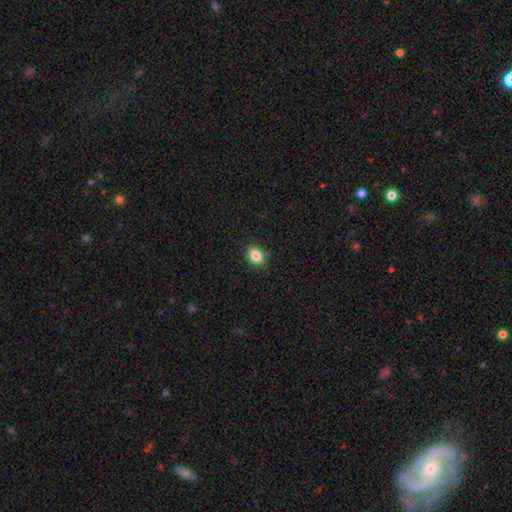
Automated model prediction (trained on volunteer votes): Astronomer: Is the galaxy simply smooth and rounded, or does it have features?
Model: smooth — 85%.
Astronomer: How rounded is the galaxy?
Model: in between — 71%.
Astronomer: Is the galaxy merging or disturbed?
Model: none — 84%.